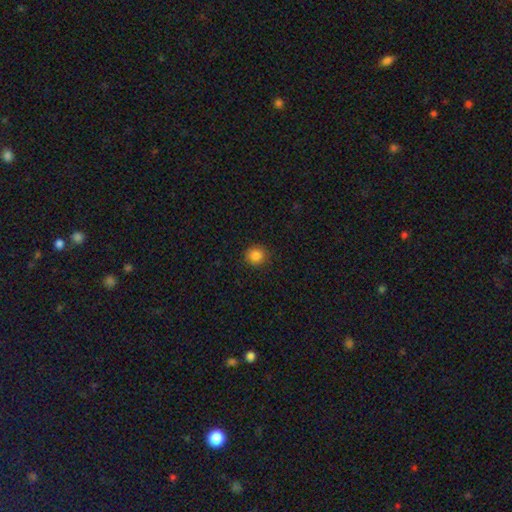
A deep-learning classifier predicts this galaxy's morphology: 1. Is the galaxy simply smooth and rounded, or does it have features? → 84% smooth, 11% star or artifact, 4% featured or disk.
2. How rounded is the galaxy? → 92% round, 7% in between, 1% cigar-shaped.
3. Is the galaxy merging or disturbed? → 91% none, 7% minor disturbance, 2% major disturbance, 1% merger.